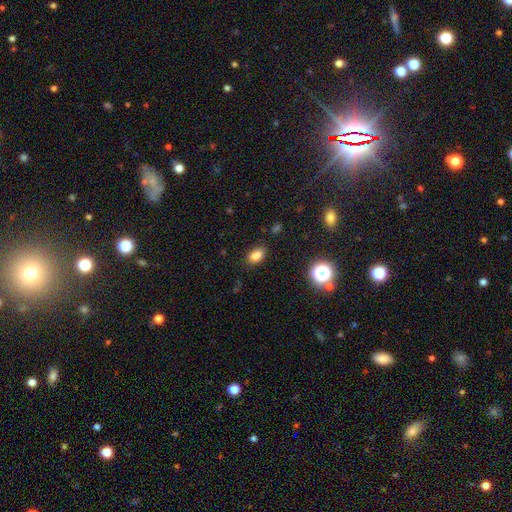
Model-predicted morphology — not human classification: The model was most divided on "merging": none: 77%, minor disturbance: 15%, merger: 4%, major disturbance: 4%. More confident: how rounded — in between (83%); smooth or featured — smooth (81%).